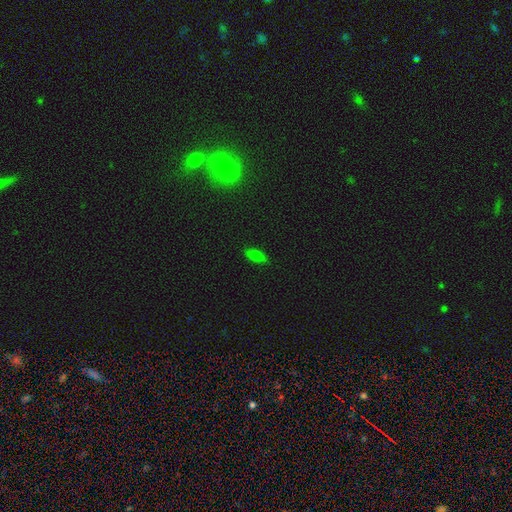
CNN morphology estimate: Smooth or featured: smooth — 72% (featured or disk — 15%)
How rounded: in between — 76% (cigar-shaped — 20%)
Merging: none — 85% (minor disturbance — 12%)